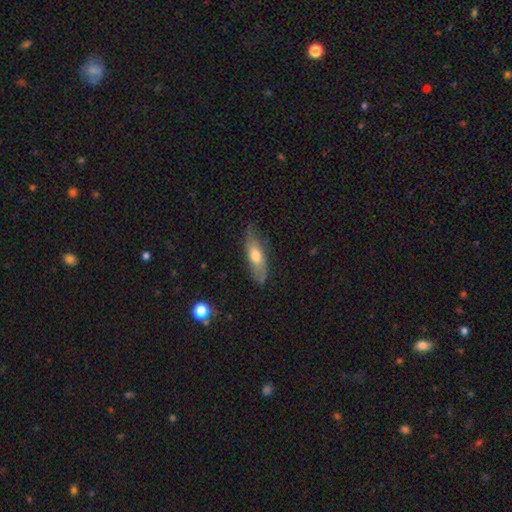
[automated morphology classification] Smooth or featured: smooth — 56% (featured or disk — 37%)
How rounded: in between — 54% (cigar-shaped — 43%)
Merging: none — 68% (minor disturbance — 25%)